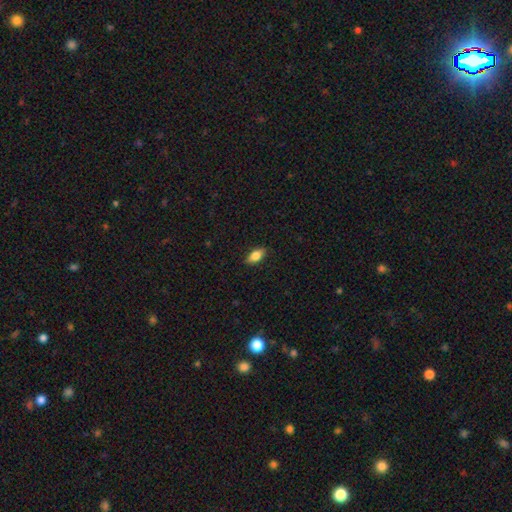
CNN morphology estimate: A smooth galaxy with no disk features (84%) that is in between round and cigar-shaped (89%). Merging: none (87%).